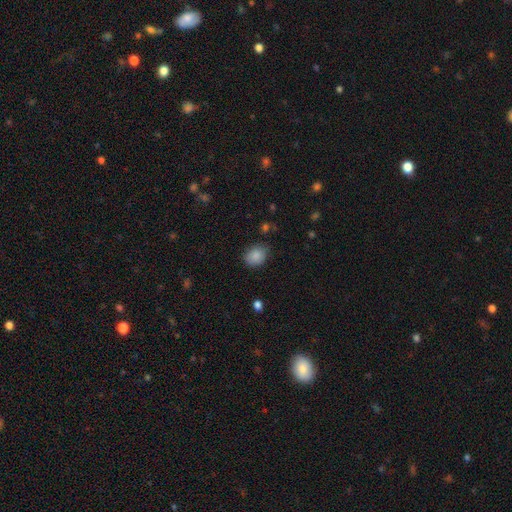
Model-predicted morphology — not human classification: The model was most divided on "how rounded": in between: 59%, round: 40%, cigar-shaped: 1%. More confident: smooth or featured — smooth (87%); merging — none (75%).